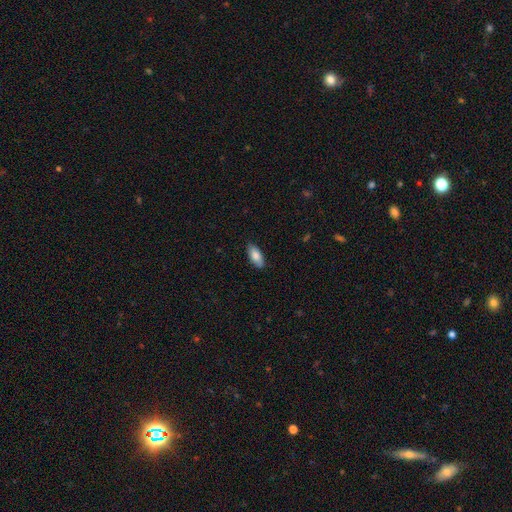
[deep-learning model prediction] Smooth or featured? smooth (82%)
How rounded? in between (87%)
Merging? none (86%)